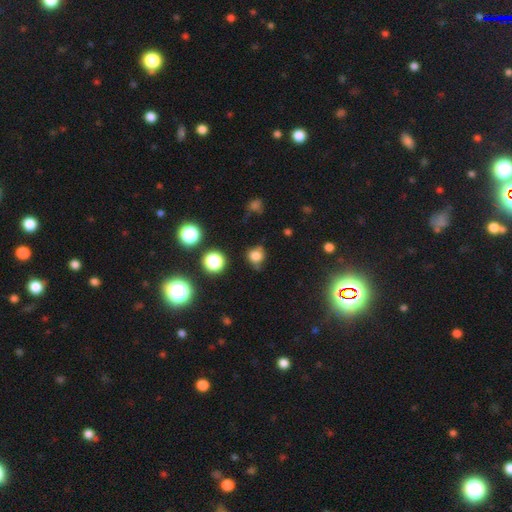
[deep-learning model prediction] This is likely a smooth galaxy (73%). How rounded: likely round (78%). Merging: likely none (62%).